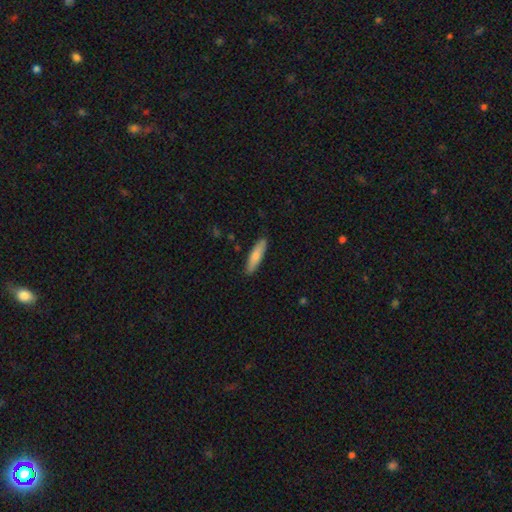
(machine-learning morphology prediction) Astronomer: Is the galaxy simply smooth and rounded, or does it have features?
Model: smooth — 80%.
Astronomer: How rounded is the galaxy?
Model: cigar-shaped — 74%.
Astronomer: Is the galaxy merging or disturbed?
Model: none — 88%.